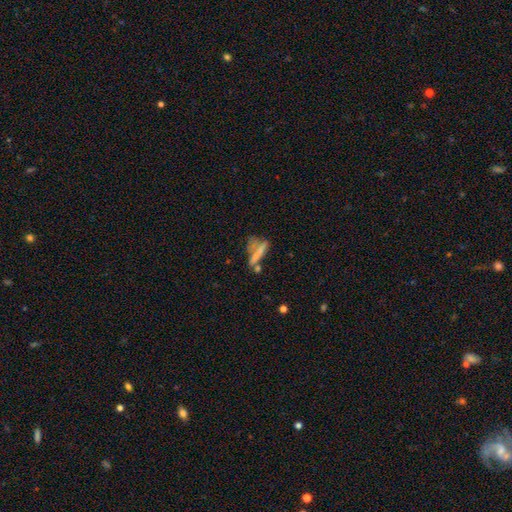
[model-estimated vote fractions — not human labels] smooth_or_featured: smooth (p=0.49) [alt: featured or disk p=0.35]
merging: none (p=0.45) [alt: merger p=0.21]